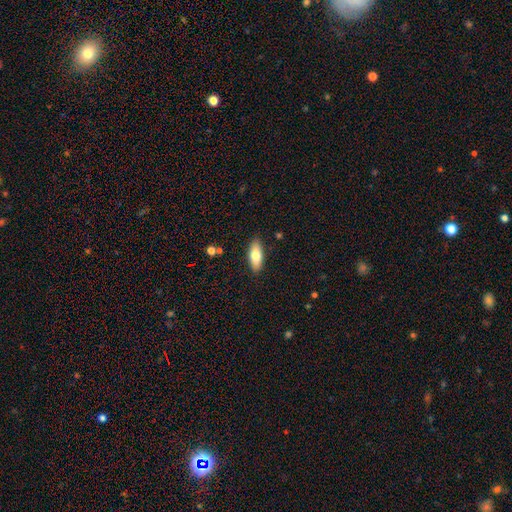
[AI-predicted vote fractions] Q: Smooth or featured?
A: smooth (74%); runner-up: featured or disk (20%)
Q: How rounded?
A: in between (79%); runner-up: cigar-shaped (19%)
Q: Merging?
A: none (87%); runner-up: minor disturbance (10%)